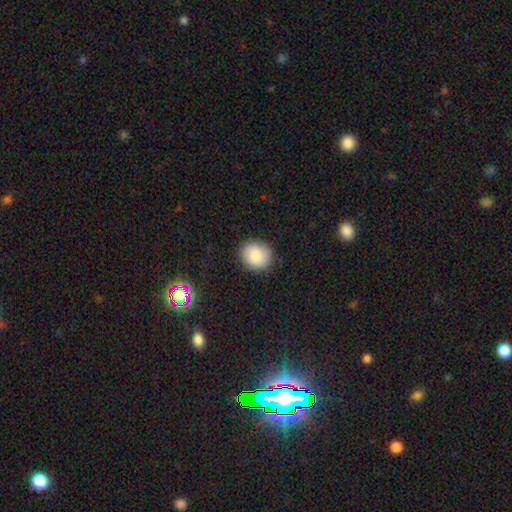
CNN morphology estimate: Smooth or featured? Predicted: smooth (p=0.85). How rounded? Predicted: round (p=0.75). Merging? Predicted: none (p=0.88).